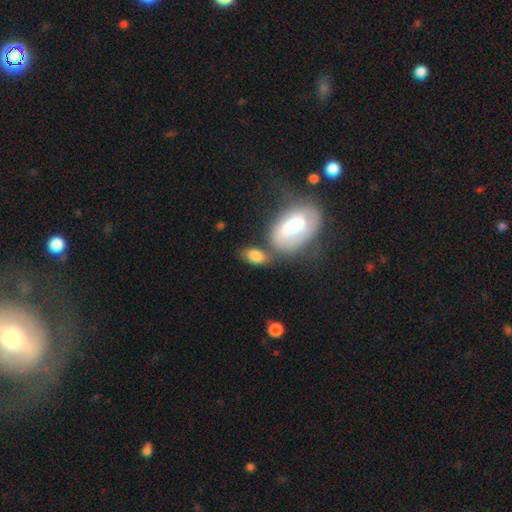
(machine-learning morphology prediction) This is likely a smooth galaxy (79%). How rounded: clearly in between (89%). Merging: possibly none (48%).